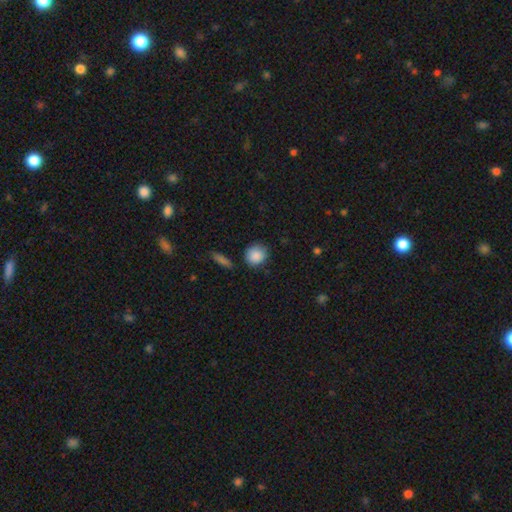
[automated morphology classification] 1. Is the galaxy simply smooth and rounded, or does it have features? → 89% smooth, 7% star or artifact, 4% featured or disk.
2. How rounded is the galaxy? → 86% round, 13% in between, 1% cigar-shaped.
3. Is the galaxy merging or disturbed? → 82% none, 12% minor disturbance, 3% merger, 3% major disturbance.